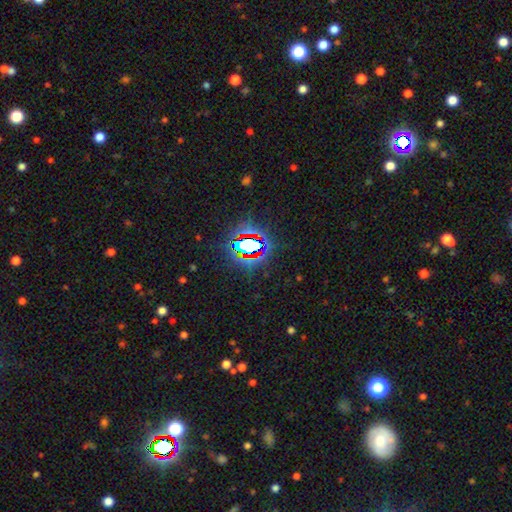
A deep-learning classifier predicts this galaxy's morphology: Smooth or featured: star or artifact — 82% (smooth — 11%)